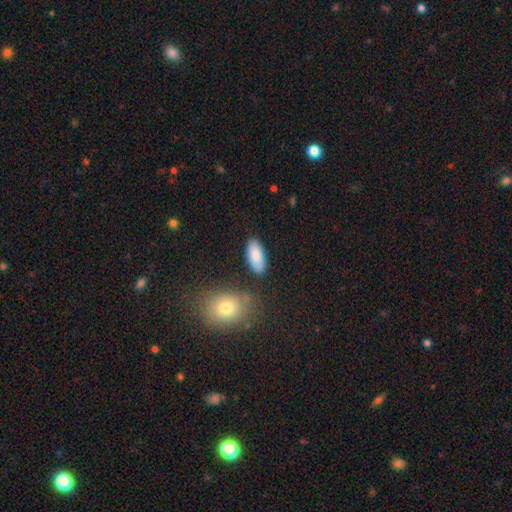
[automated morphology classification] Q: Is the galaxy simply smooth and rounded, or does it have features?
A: smooth — 85%.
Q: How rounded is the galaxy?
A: in between — 91%.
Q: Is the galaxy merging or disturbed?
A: none — 82%.